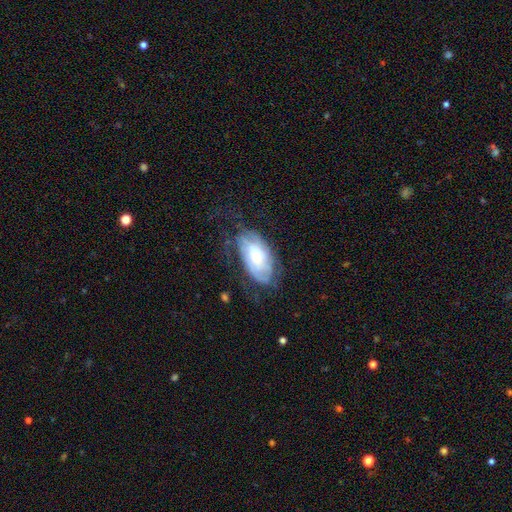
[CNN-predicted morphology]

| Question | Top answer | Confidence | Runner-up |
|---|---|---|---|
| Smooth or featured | featured or disk | 61% | smooth (31%) |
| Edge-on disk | no | 93% | yes (7%) |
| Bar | no | 70% | weak (24%) |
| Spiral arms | yes | 83% | no (17%) |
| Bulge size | small | 32% | moderate (29%) |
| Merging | none | 52% | minor disturbance (25%) |